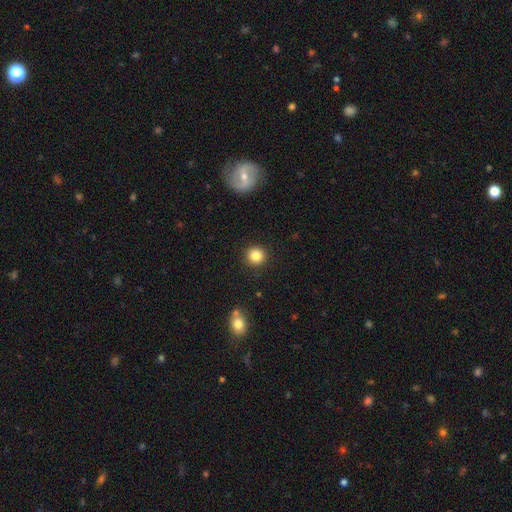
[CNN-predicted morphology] Q: Smooth or featured?
A: smooth (85%); runner-up: star or artifact (10%)
Q: How rounded?
A: round (94%); runner-up: in between (5%)
Q: Merging?
A: none (91%); runner-up: minor disturbance (5%)